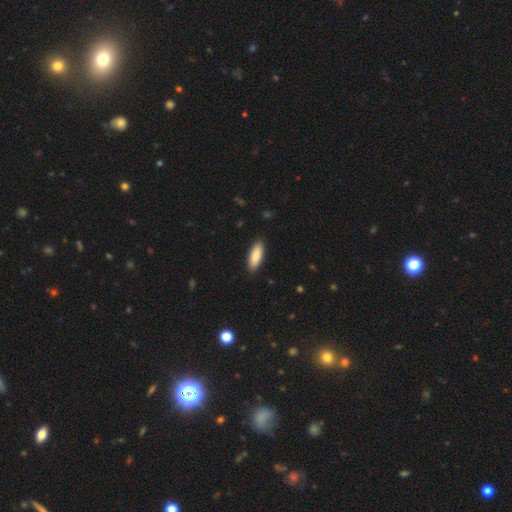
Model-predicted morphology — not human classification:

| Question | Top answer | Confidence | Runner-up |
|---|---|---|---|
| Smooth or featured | smooth | 87% | featured or disk (7%) |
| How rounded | in between | 71% | cigar-shaped (28%) |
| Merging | none | 89% | minor disturbance (8%) |